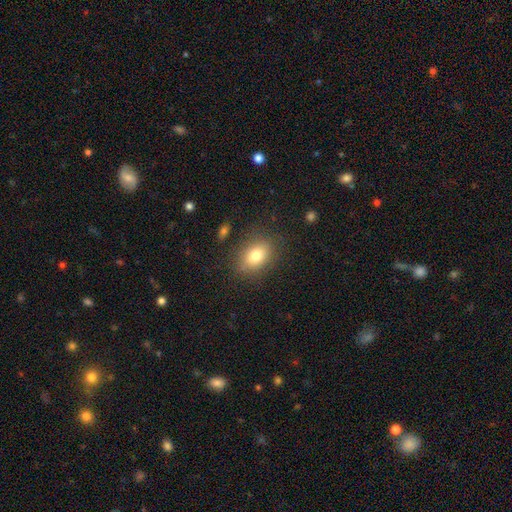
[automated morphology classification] Smooth or featured? Predicted: smooth (p=0.79). How rounded? Predicted: in between (p=0.72). Merging? Predicted: none (p=0.80).